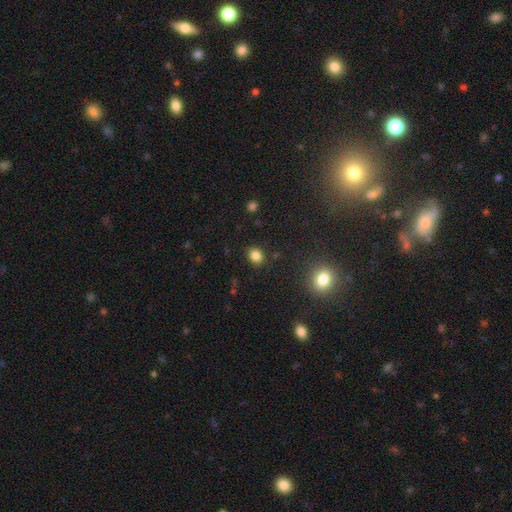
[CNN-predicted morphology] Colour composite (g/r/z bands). It shows a smooth galaxy with no disk features (83%) that is round (58%). Merging: none (88%).